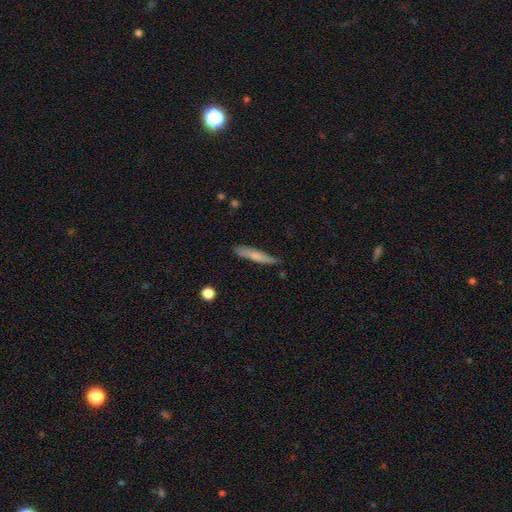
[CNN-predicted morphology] A smooth galaxy with no disk features (68%) that is cigar-shaped (91%).

Vote fractions:
- Smooth or featured? smooth: 68% / featured or disk: 26% / star or artifact: 6%
- How rounded? cigar-shaped: 91% / in between: 8% / round: 2%
- Merging? none: 80% / minor disturbance: 16% / major disturbance: 3% / merger: 2%